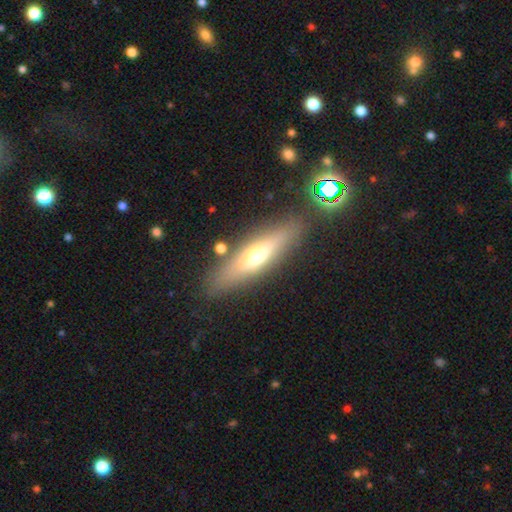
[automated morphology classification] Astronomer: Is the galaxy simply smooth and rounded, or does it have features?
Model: smooth — 47% (runner-up: featured or disk, 44%).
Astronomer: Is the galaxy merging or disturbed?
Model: none — 83%.